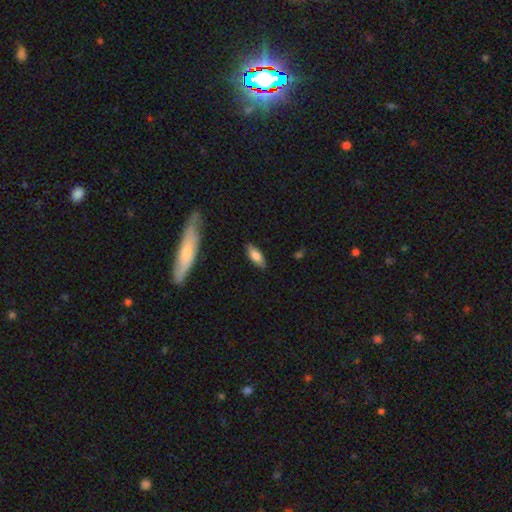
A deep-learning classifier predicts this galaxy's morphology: A smooth galaxy with no disk features (78%) that is in between round and cigar-shaped (77%).

Vote fractions:
- Smooth or featured? smooth: 78% / featured or disk: 16% / star or artifact: 6%
- How rounded? in between: 77% / cigar-shaped: 21% / round: 2%
- Merging? none: 83% / minor disturbance: 13% / major disturbance: 3% / merger: 2%